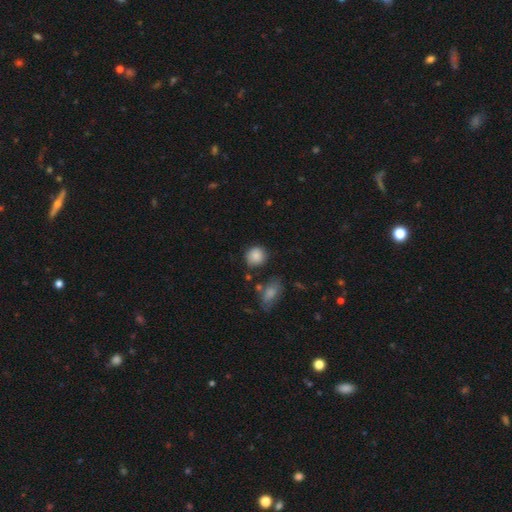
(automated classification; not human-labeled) A smooth galaxy with no disk features (86%) that is round (87%).

Vote fractions:
- Smooth or featured? smooth: 86% / star or artifact: 8% / featured or disk: 5%
- How rounded? round: 87% / in between: 12% / cigar-shaped: 1%
- Merging? none: 78% / minor disturbance: 14% / merger: 4% / major disturbance: 4%